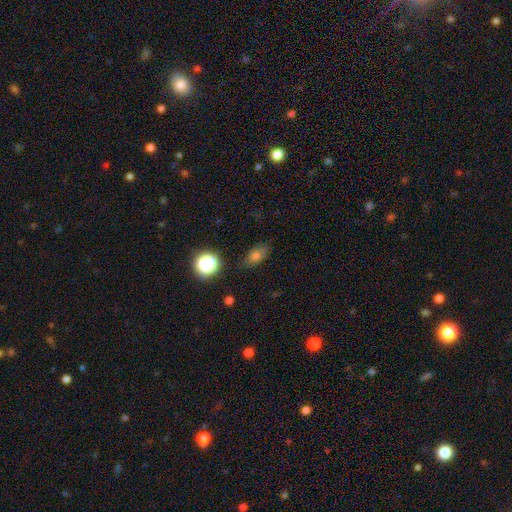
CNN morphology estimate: The model was most divided on "smooth or featured": smooth: 72%, star or artifact: 16%, featured or disk: 13%. More confident: merging — none (80%); how rounded — in between (78%).